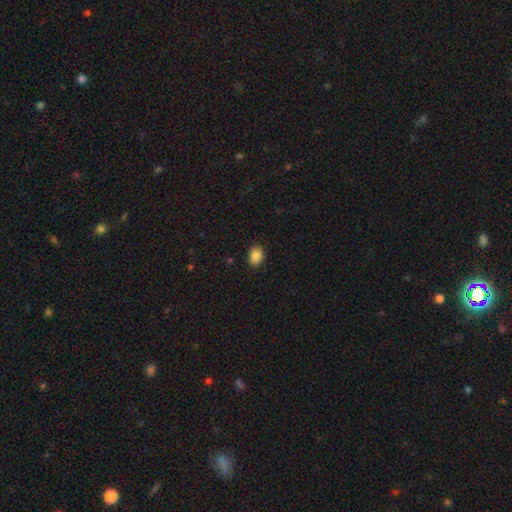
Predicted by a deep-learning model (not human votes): Smooth or featured: smooth — 88% (star or artifact — 9%)
How rounded: in between — 73% (round — 26%)
Merging: none — 89% (minor disturbance — 8%)